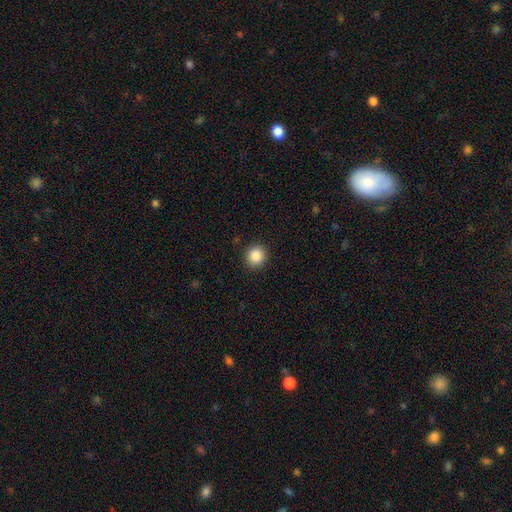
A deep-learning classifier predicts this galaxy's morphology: smooth-or-featured: smooth: 87% | star or artifact: 10% | featured or disk: 3%
  how-rounded: round: 92% | in between: 7% | cigar-shaped: 1%
  merging: none: 92% | minor disturbance: 5% | major disturbance: 2% | merger: 1%